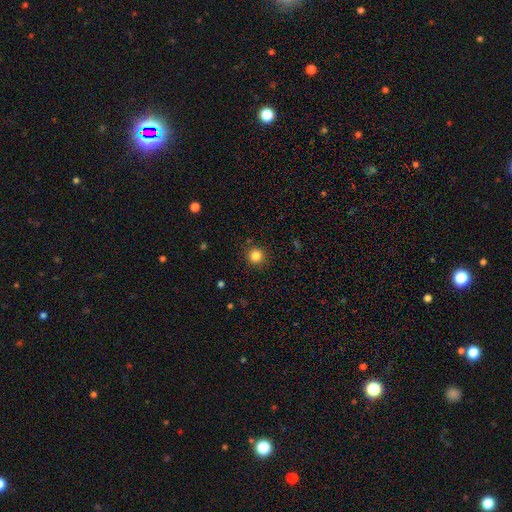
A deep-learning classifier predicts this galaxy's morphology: Smooth or featured: smooth — 84% (star or artifact — 12%)
How rounded: round — 95% (in between — 4%)
Merging: none — 91% (minor disturbance — 6%)